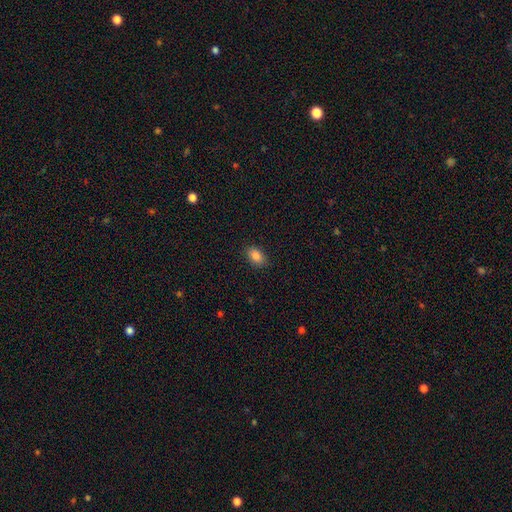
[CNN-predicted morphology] A smooth galaxy with no disk features (85%) that is in between round and cigar-shaped (86%).

Vote fractions:
- Smooth or featured? smooth: 85% / star or artifact: 9% / featured or disk: 6%
- How rounded? in between: 86% / round: 13% / cigar-shaped: 2%
- Merging? none: 88% / minor disturbance: 9% / major disturbance: 2% / merger: 1%